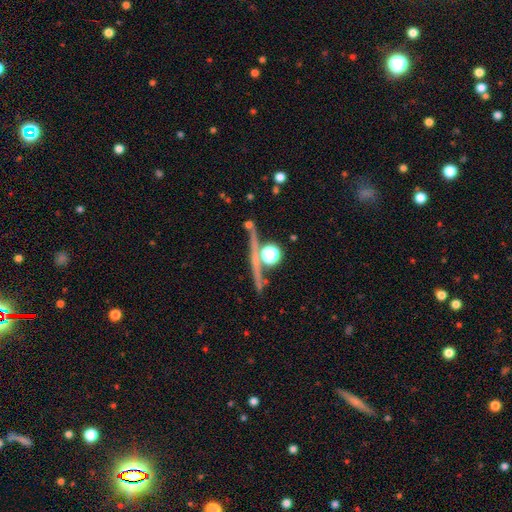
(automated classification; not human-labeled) smooth_or_featured: featured or disk (p=0.42) [alt: star or artifact p=0.35]
merging: none (p=0.78) [alt: minor disturbance p=0.09]